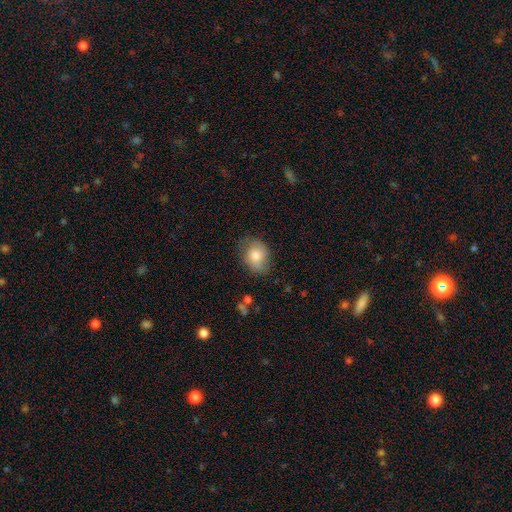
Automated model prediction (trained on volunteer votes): This appears to be a smooth galaxy with no disk features (75%) that is in between round and cigar-shaped (55%). Merging: none (68%).